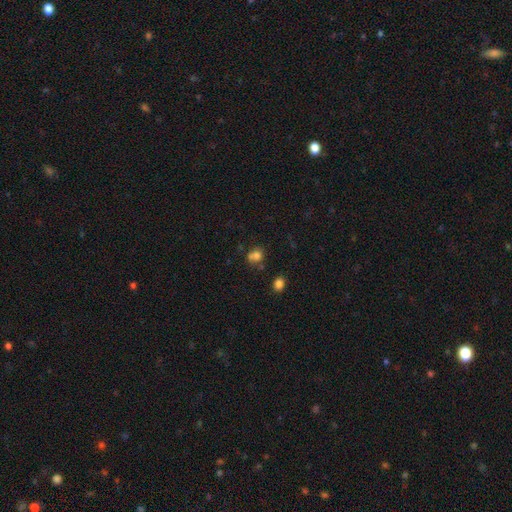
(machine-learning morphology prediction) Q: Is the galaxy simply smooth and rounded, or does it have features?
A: smooth — 74%.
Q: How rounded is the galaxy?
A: round — 56%.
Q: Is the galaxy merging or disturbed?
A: none — 46%.